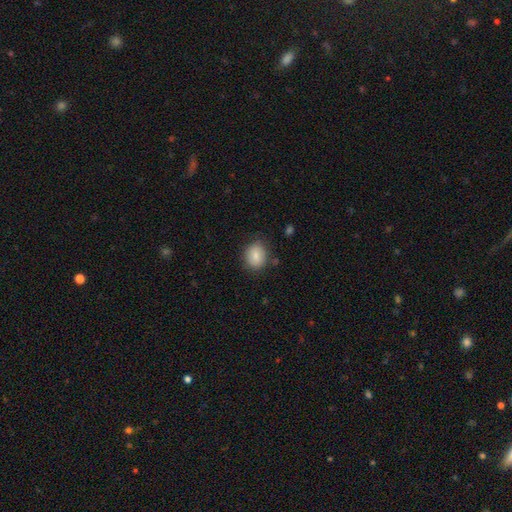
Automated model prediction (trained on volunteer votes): Overall: smooth (82%). How rounded: round (59%; in between 40%). Merging: none (80%).